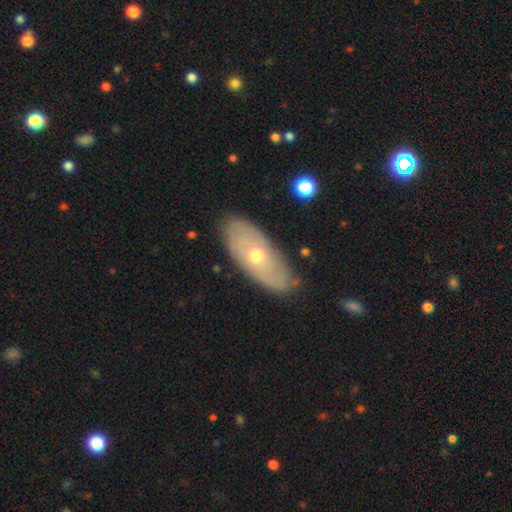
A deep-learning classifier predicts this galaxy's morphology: smooth-or-featured: featured or disk: 55% | smooth: 39% | star or artifact: 6%
  disk-edge-on: no: 83% | yes: 17%
  merging: none: 80% | minor disturbance: 15% | major disturbance: 3% | merger: 2%